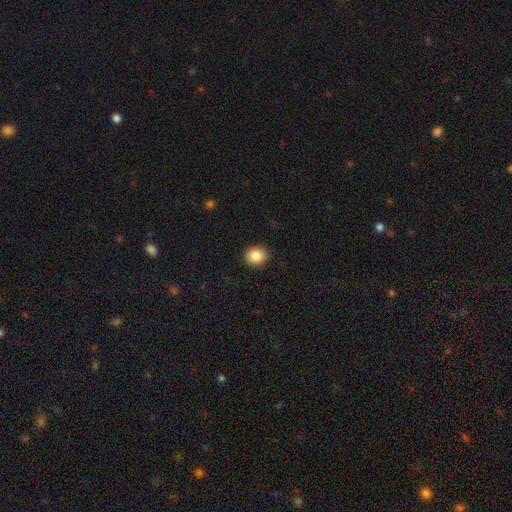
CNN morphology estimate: smooth-or-featured: smooth: 87% | star or artifact: 9% | featured or disk: 5%
  how-rounded: round: 74% | in between: 25% | cigar-shaped: 1%
  merging: none: 91% | minor disturbance: 6% | major disturbance: 2% | merger: 1%